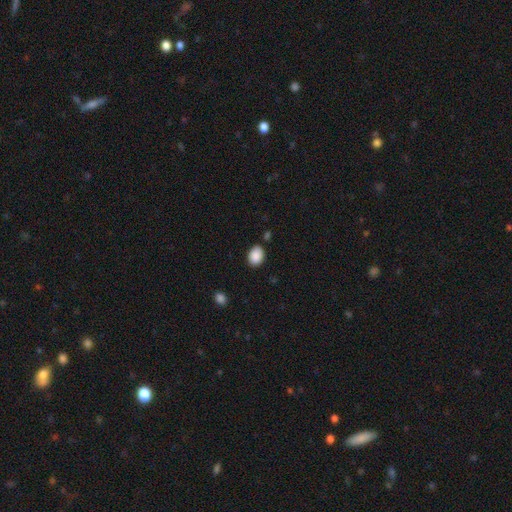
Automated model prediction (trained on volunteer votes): smooth 89%, star or artifact 7%, featured or disk 3%. Down the decision tree: how rounded — in between (74%); merging — none (83%).